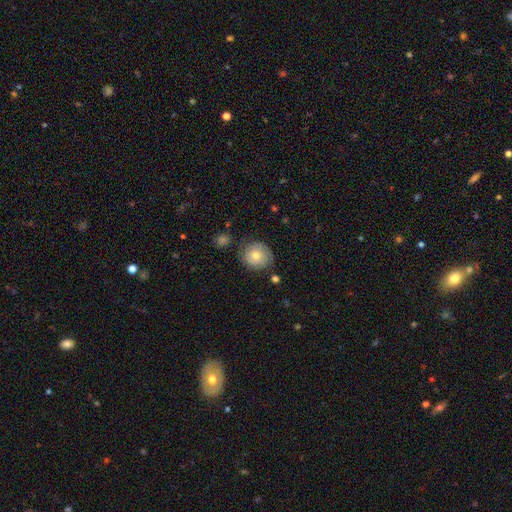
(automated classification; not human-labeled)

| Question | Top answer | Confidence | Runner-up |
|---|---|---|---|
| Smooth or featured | smooth | 59% | featured or disk (33%) |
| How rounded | round | 84% | in between (15%) |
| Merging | none | 73% | minor disturbance (19%) |